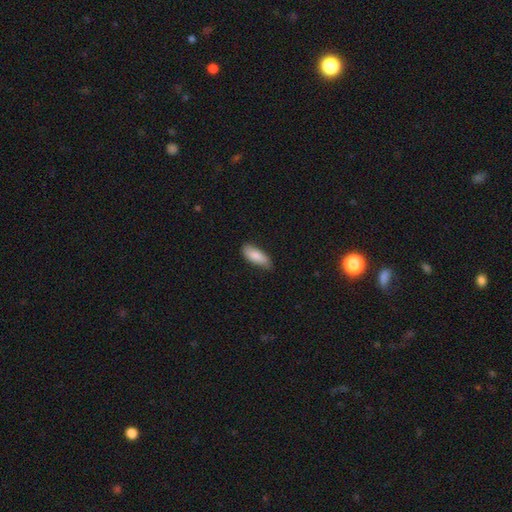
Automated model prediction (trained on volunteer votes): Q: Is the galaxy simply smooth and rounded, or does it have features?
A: smooth — 85%.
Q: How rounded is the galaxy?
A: in between — 75%.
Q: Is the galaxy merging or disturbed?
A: none — 73%.